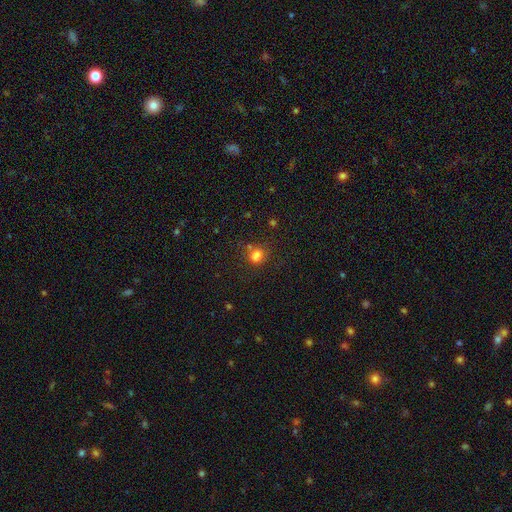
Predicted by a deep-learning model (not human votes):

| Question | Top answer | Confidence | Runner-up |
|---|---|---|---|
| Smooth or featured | smooth | 73% | star or artifact (19%) |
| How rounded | round | 61% | in between (37%) |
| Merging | none | 54% | merger (23%) |